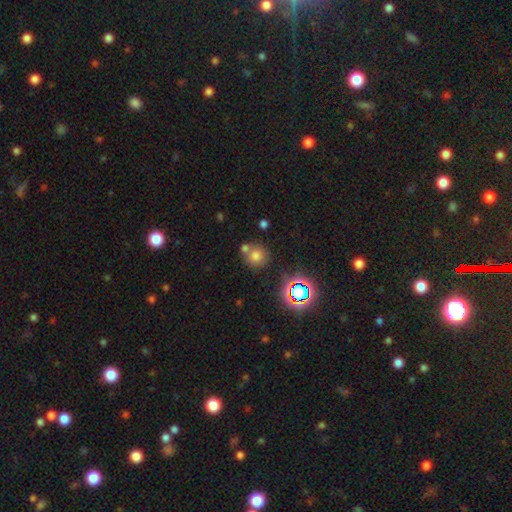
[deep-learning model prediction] Smooth or featured? smooth (70%)
How rounded? round (89%)
Merging? none (61%)